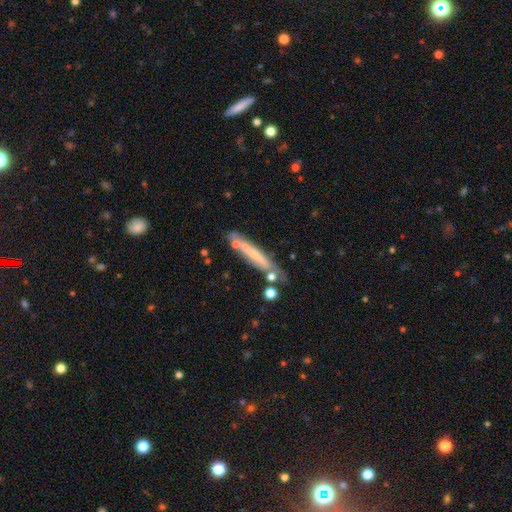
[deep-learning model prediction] Overall: smooth (48%; featured or disk 44%). Merging: none (61%).